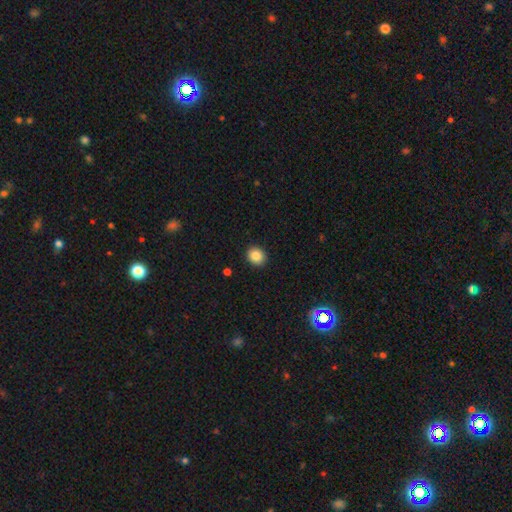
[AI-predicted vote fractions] Smooth or featured: smooth — 86% (star or artifact — 10%)
How rounded: round — 74% (in between — 26%)
Merging: none — 91% (minor disturbance — 6%)